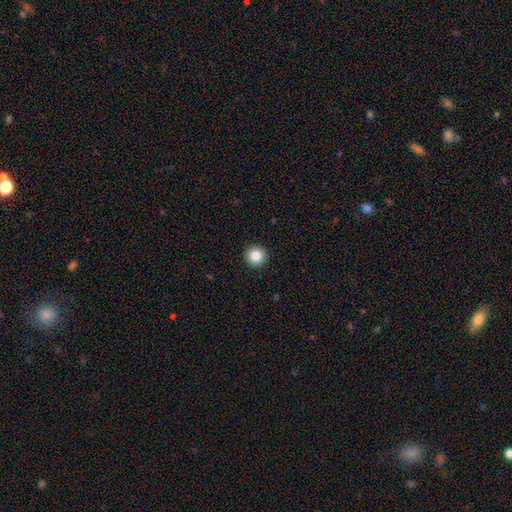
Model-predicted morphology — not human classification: smooth 85%, star or artifact 10%, featured or disk 5%. Down the decision tree: how rounded — round (96%); merging — none (94%).